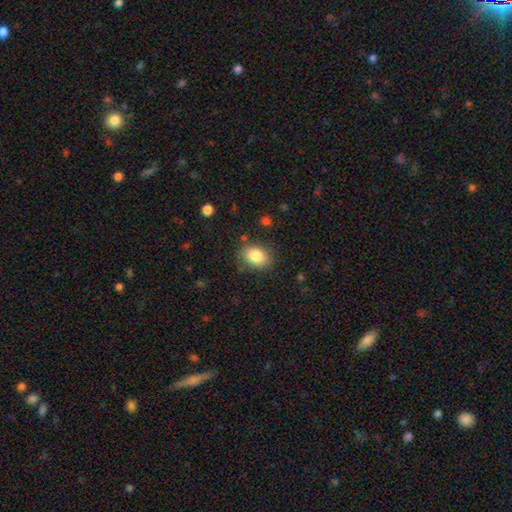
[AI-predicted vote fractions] smooth 83%, featured or disk 8%, star or artifact 8%. Down the decision tree: how rounded — in between (68%); merging — none (79%).